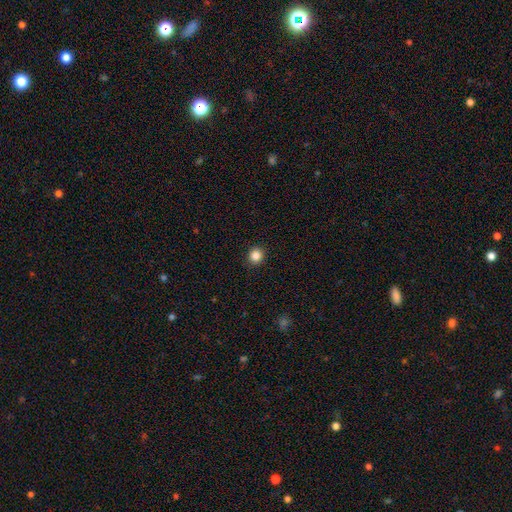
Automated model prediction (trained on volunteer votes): smooth-or-featured: smooth: 85% | star or artifact: 11% | featured or disk: 4%
  how-rounded: round: 88% | in between: 11% | cigar-shaped: 1%
  merging: none: 92% | minor disturbance: 6% | major disturbance: 2% | merger: 1%